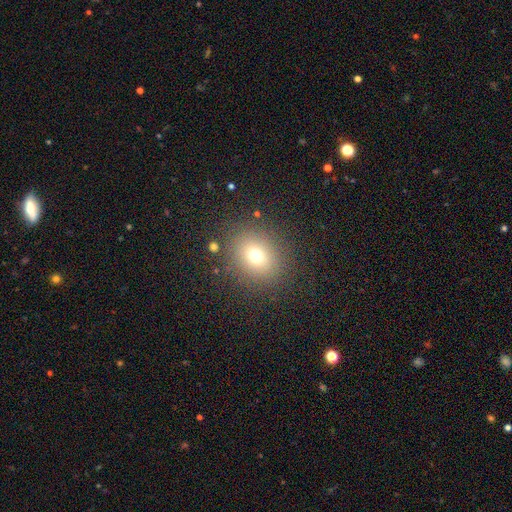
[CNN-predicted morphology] The model was most divided on "how rounded": round: 73%, in between: 26%, cigar-shaped: 1%. More confident: merging — none (85%); smooth or featured — smooth (70%).